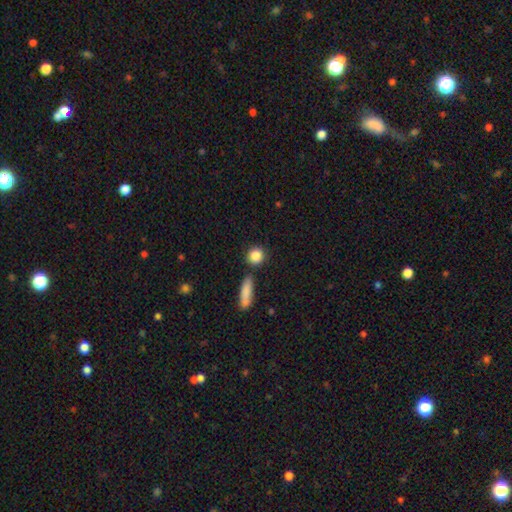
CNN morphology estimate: A smooth galaxy with no disk features (87%) that is round (80%). Merging: none (79%).